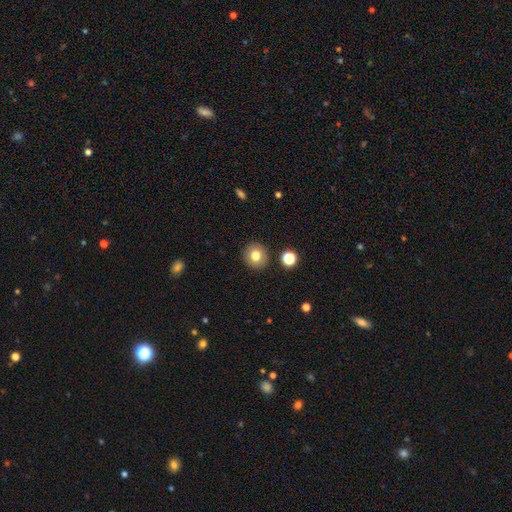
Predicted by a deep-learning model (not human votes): A smooth galaxy with no disk features (79%) that is round (89%).

Vote fractions:
- Smooth or featured? smooth: 79% / star or artifact: 11% / featured or disk: 10%
- How rounded? round: 89% / in between: 10% / cigar-shaped: 1%
- Merging? none: 89% / minor disturbance: 6% / merger: 2% / major disturbance: 2%